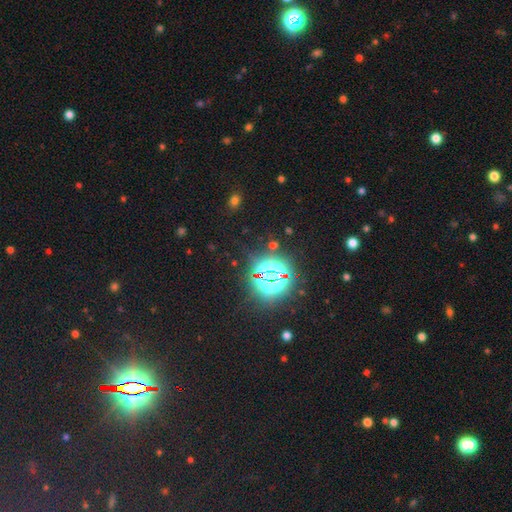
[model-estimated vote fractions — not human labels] Smooth or featured?
  - star or artifact: 85% *
  - smooth: 9%
  - featured or disk: 6%